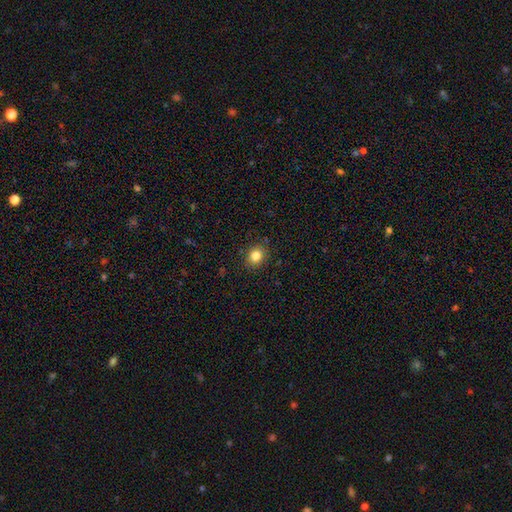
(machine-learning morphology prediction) A smooth galaxy with no disk features (83%) that is round (69%).

Vote fractions:
- Smooth or featured? smooth: 83% / star or artifact: 11% / featured or disk: 6%
- How rounded? round: 69% / in between: 31% / cigar-shaped: 1%
- Merging? none: 88% / minor disturbance: 8% / major disturbance: 2% / merger: 1%